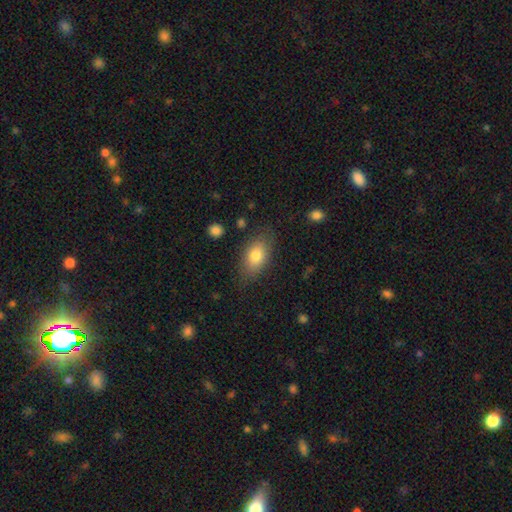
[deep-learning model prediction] A smooth galaxy with no disk features (77%) that is in between round and cigar-shaped (87%).

Vote fractions:
- Smooth or featured? smooth: 77% / featured or disk: 15% / star or artifact: 8%
- How rounded? in between: 87% / round: 8% / cigar-shaped: 4%
- Merging? none: 77% / minor disturbance: 17% / major disturbance: 5% / merger: 2%